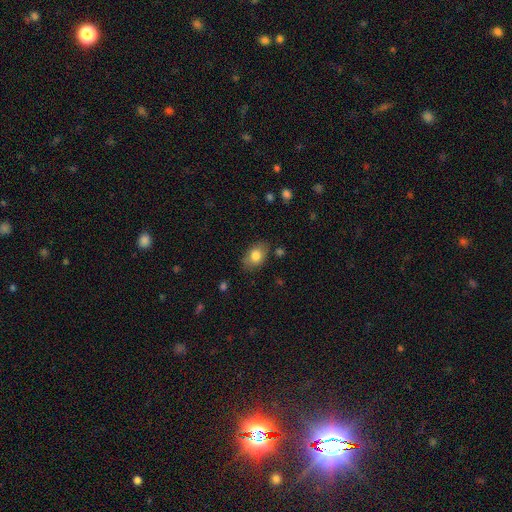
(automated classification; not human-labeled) A smooth galaxy with no disk features (81%) that is in between round and cigar-shaped (82%). Merging: none (79%).